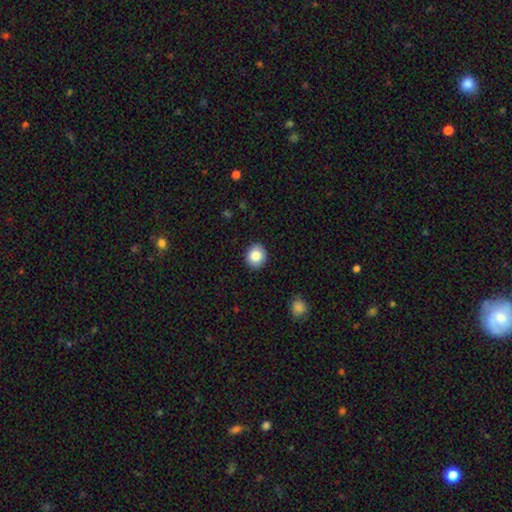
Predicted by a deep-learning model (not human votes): smooth_or_featured: smooth (p=0.86) [alt: star or artifact p=0.08]
how_rounded: round (p=0.81) [alt: in between p=0.19]
merging: none (p=0.91) [alt: minor disturbance p=0.06]